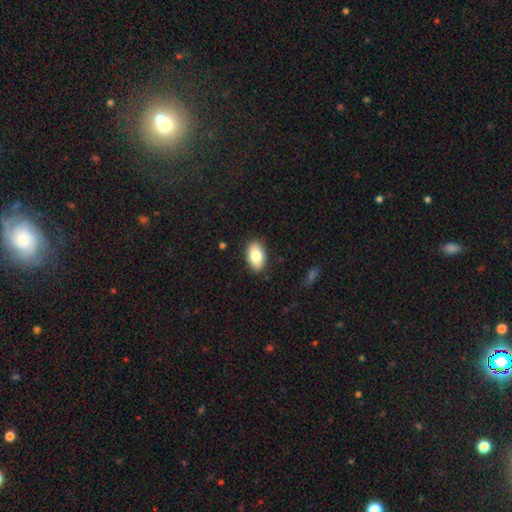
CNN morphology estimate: smooth-or-featured: smooth: 81% | featured or disk: 12% | star or artifact: 7%
  how-rounded: in between: 92% | round: 7% | cigar-shaped: 1%
  merging: none: 87% | minor disturbance: 9% | major disturbance: 2% | merger: 1%